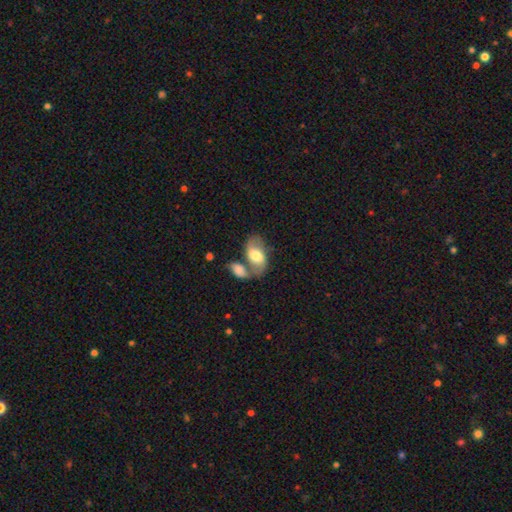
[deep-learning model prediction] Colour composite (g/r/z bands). It shows a smooth galaxy with no disk features (53%) that is in between round and cigar-shaped (91%). Merging: merger (44%).